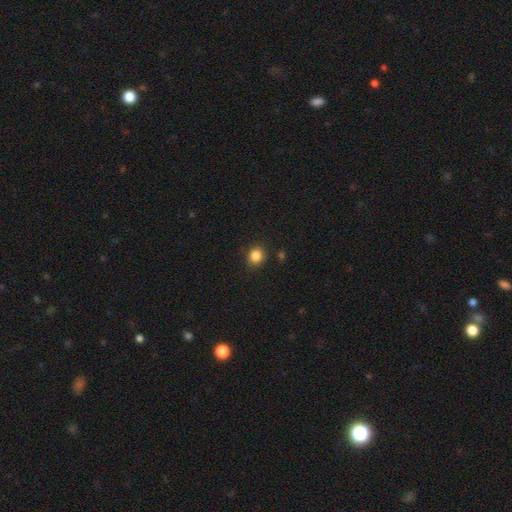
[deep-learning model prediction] Morphology: type=smooth (85%); roundness=round (82%); merging=none (89%).